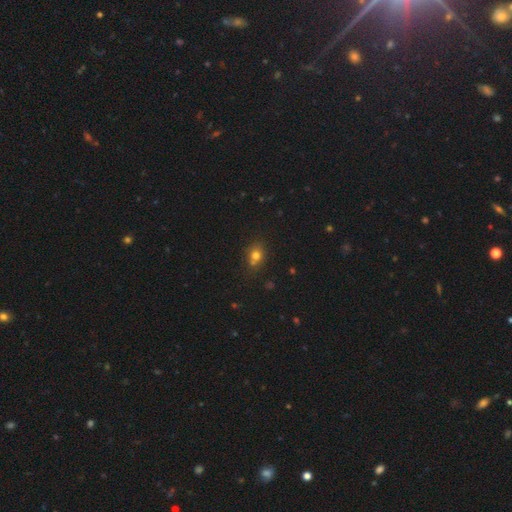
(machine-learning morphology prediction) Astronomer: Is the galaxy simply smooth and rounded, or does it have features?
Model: smooth — 74%.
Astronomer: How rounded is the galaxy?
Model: round — 55% (runner-up: in between, 43%).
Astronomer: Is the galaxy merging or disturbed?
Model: none — 63%.